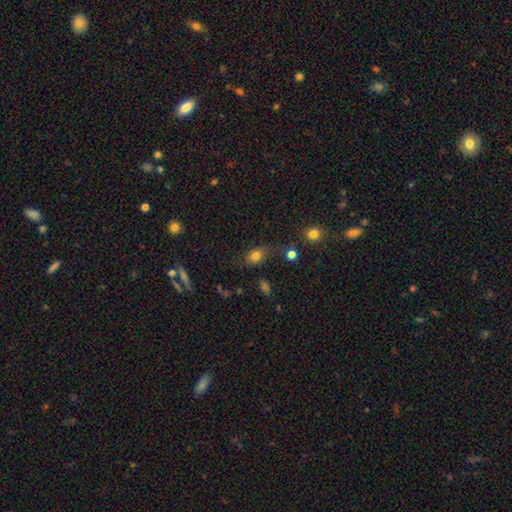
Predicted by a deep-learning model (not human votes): A smooth galaxy with no disk features (78%) that is in between round and cigar-shaped (62%).

Vote fractions:
- Smooth or featured? smooth: 78% / star or artifact: 12% / featured or disk: 10%
- How rounded? in between: 62% / round: 35% / cigar-shaped: 2%
- Merging? none: 63% / minor disturbance: 22% / major disturbance: 9% / merger: 6%